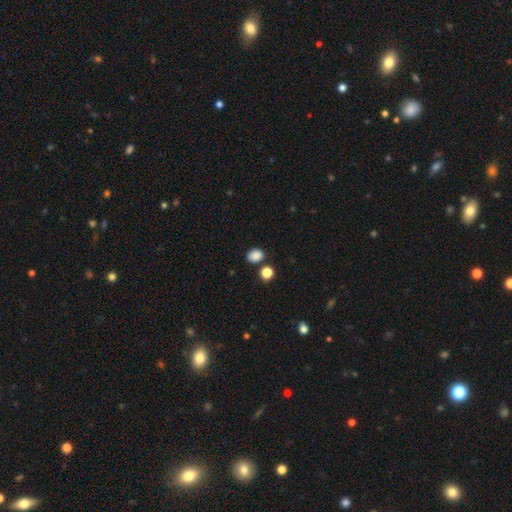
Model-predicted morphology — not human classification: A smooth galaxy with no disk features (86%) that is in between round and cigar-shaped (61%). Merging: none (76%).